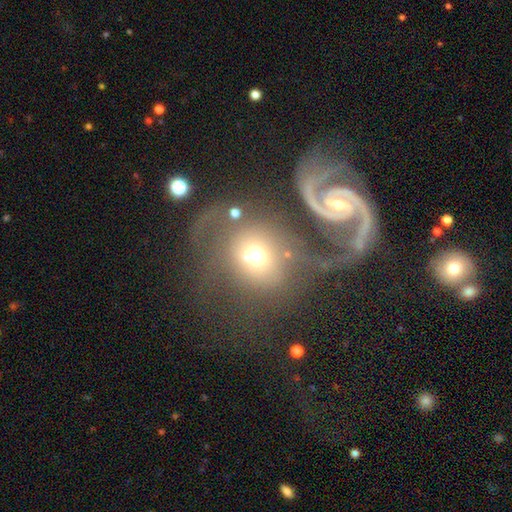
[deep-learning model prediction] A smooth galaxy with no disk features (49%). Merging: none (34%).